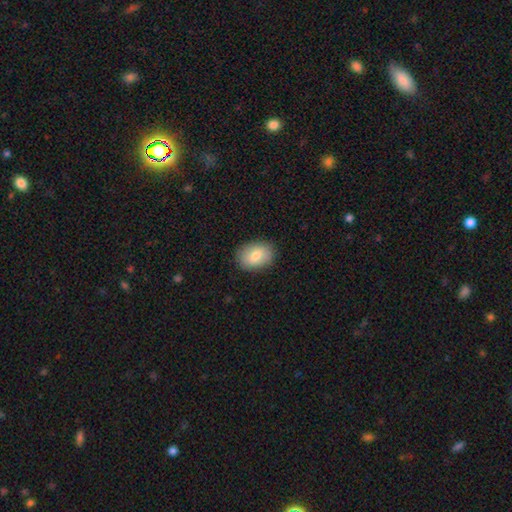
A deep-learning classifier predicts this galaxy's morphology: A smooth galaxy with no disk features (79%) that is in between round and cigar-shaped (77%). Merging: none (88%).